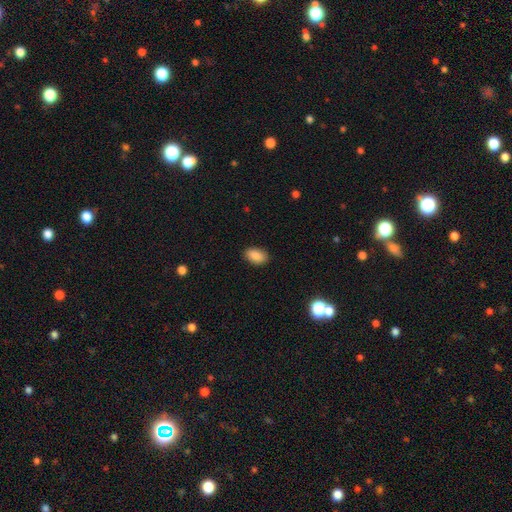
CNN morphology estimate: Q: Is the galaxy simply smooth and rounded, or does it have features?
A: smooth — 87%.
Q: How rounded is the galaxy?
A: in between — 91%.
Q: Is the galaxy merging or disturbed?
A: none — 88%.